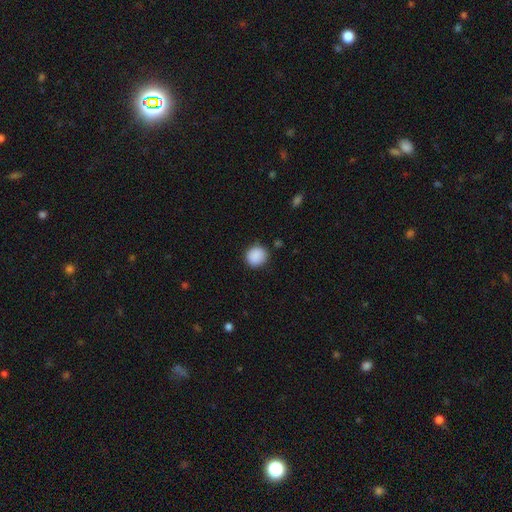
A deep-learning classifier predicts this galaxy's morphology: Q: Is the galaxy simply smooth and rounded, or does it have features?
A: smooth — 89%.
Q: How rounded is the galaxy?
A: round — 88%.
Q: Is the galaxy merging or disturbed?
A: none — 87%.